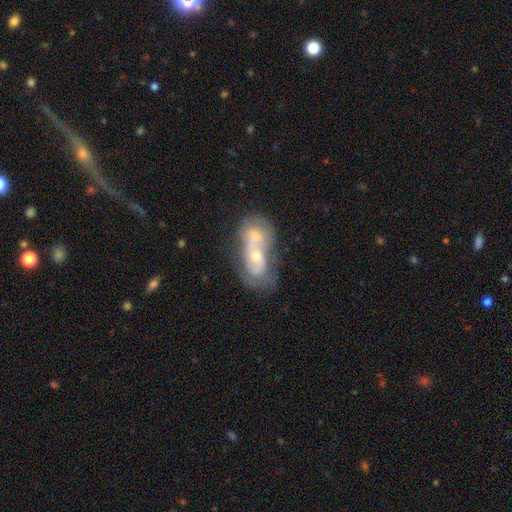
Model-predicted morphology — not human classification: smooth-or-featured: featured or disk: 61% | smooth: 31% | star or artifact: 8%
  disk-edge-on: no: 94% | yes: 6%
    bar: no: 79% | weak: 17% | strong: 4%
    has-spiral-arms: no: 51% | yes: 49%
    bulge-size: moderate: 51% | small: 42% | large: 3% | none: 3% | dominant: 1%
  merging: merger: 75% | none: 13% | minor disturbance: 6% | major disturbance: 6%